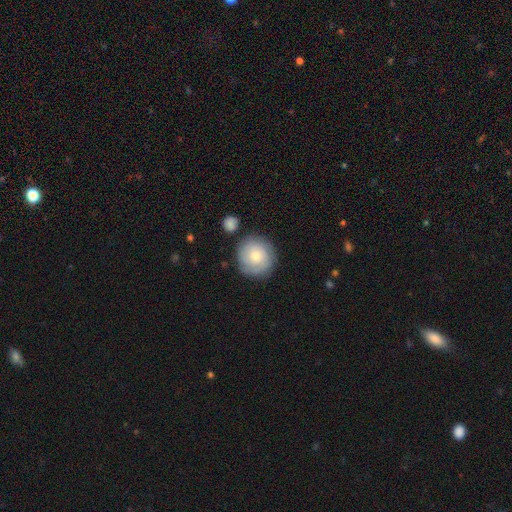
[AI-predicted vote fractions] Smooth or featured?
  - smooth: 64% *
  - featured or disk: 29%
  - star or artifact: 7%
How rounded?
  - round: 93% *
  - in between: 6%
  - cigar-shaped: 1%
Merging?
  - none: 80% *
  - minor disturbance: 12%
  - merger: 4%
  - major disturbance: 4%